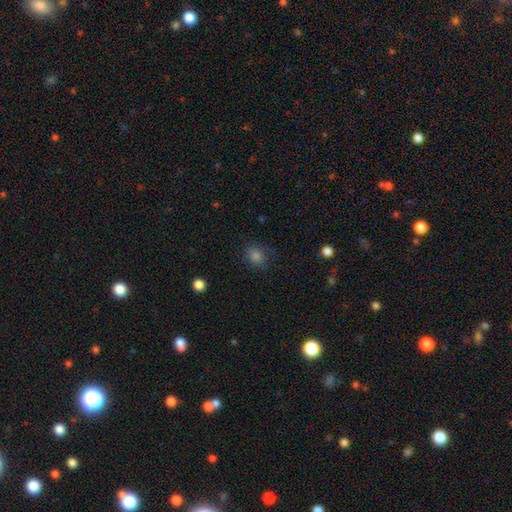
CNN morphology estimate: Q: Smooth or featured?
A: smooth (79%); runner-up: star or artifact (15%)
Q: How rounded?
A: round (52%); runner-up: in between (47%)
Q: Merging?
A: none (79%); runner-up: minor disturbance (15%)